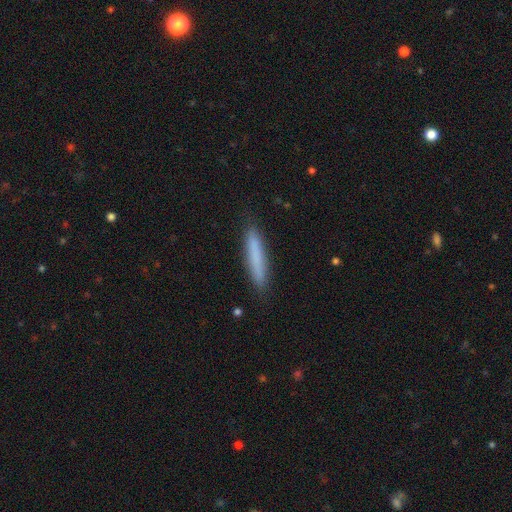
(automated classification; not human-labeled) Smooth or featured?
  - smooth: 77% *
  - featured or disk: 16%
  - star or artifact: 7%
How rounded?
  - cigar-shaped: 93% *
  - in between: 6%
  - round: 1%
Merging?
  - none: 88% *
  - minor disturbance: 9%
  - major disturbance: 2%
  - merger: 1%